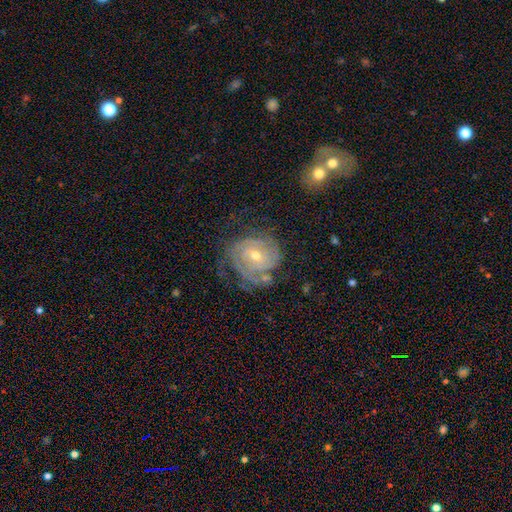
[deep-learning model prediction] smooth-or-featured: featured or disk: 83% | smooth: 11% | star or artifact: 7%
  disk-edge-on: no: 97% | yes: 3%
    bar: no: 61% | weak: 31% | strong: 8%
    has-spiral-arms: yes: 93% | no: 7%
      spiral-winding: tight: 75% | medium: 20% | loose: 6%
      spiral-arm-count: can't tell: 36% | 2: 23% | 3: 21% | 4: 9% | 1: 6% | more than 4: 5%
    bulge-size: moderate: 49% | small: 48% | large: 1% | none: 1% | dominant: 1%
  merging: none: 58% | minor disturbance: 22% | major disturbance: 15% | merger: 5%